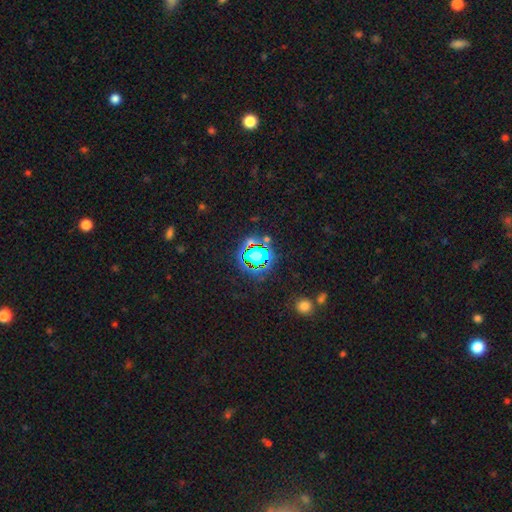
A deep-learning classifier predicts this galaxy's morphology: star or artifact 63%, smooth 26%, featured or disk 12%.